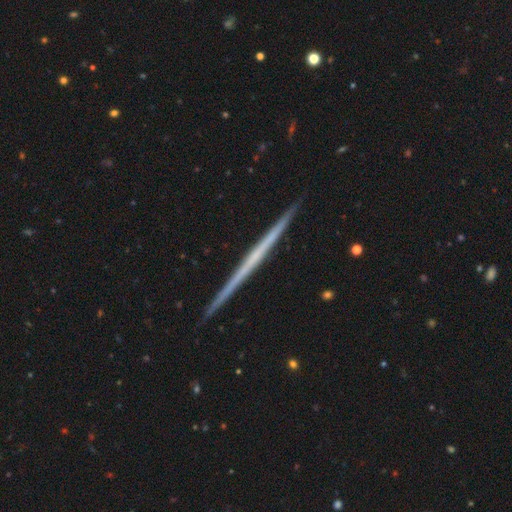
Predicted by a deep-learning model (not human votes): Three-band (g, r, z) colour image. It shows a featured or disk galaxy (71%) viewed edge-on (98%) with no central bulge (90%). Merging: none (93%).